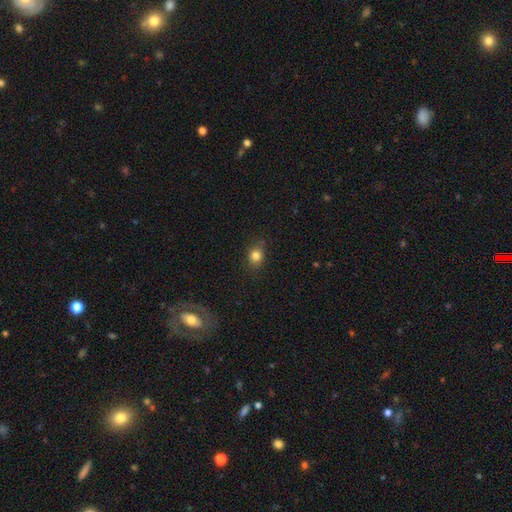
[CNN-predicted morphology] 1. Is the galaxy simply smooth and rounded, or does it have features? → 82% smooth, 12% star or artifact, 6% featured or disk.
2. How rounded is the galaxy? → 66% round, 33% in between, 1% cigar-shaped.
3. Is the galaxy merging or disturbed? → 80% none, 15% minor disturbance, 4% major disturbance, 2% merger.